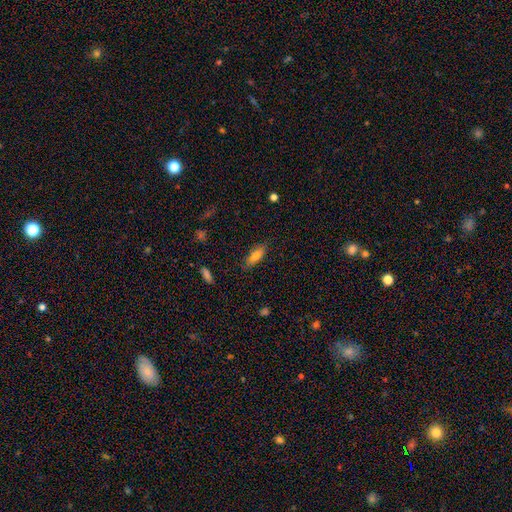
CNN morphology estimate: The model was most divided on "how rounded": in between: 61%, cigar-shaped: 37%, round: 2%. More confident: merging — none (83%); smooth or featured — smooth (77%).